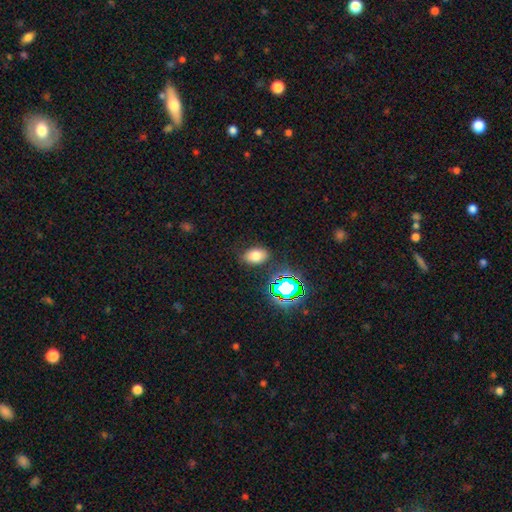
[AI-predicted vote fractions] smooth 70%, star or artifact 19%, featured or disk 10%. Down the decision tree: how rounded — in between (86%); merging — none (81%).